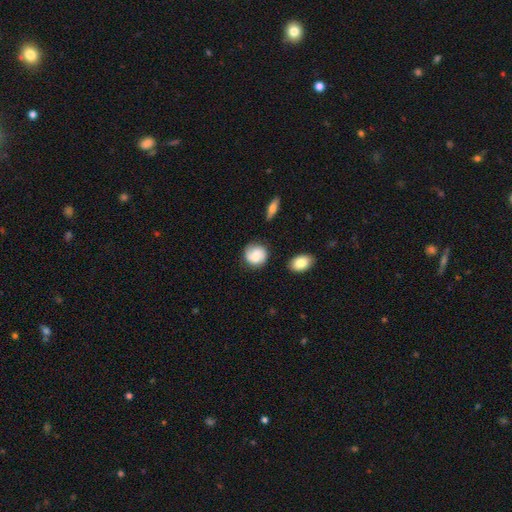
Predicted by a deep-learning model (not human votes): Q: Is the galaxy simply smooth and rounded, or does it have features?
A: smooth — 47%.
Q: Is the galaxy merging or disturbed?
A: none — 77%.